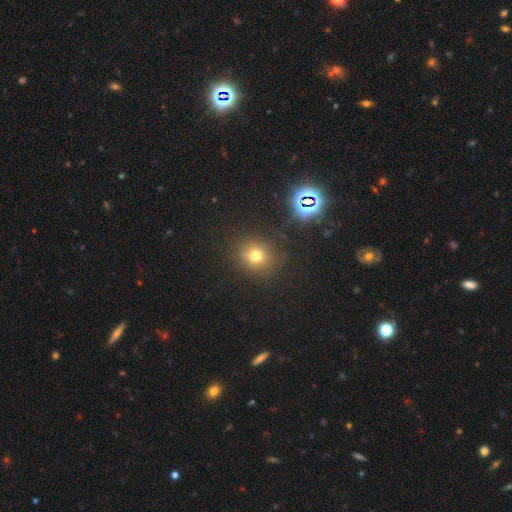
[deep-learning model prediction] A smooth galaxy with no disk features (70%) that is round (88%).

Vote fractions:
- Smooth or featured? smooth: 70% / star or artifact: 22% / featured or disk: 8%
- How rounded? round: 88% / in between: 11% / cigar-shaped: 1%
- Merging? none: 85% / minor disturbance: 9% / major disturbance: 3% / merger: 3%